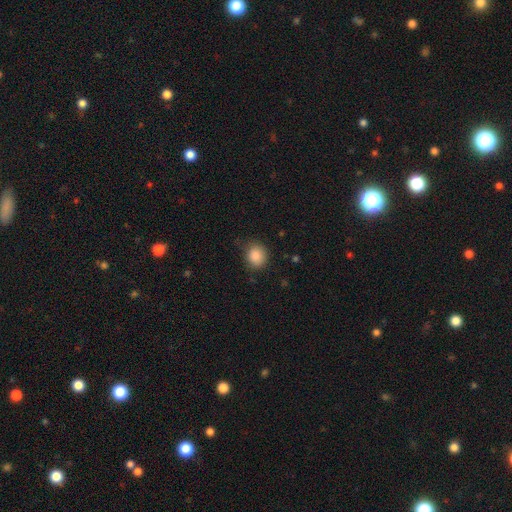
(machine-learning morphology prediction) A smooth galaxy with no disk features (87%) that is round (74%).

Vote fractions:
- Smooth or featured? smooth: 87% / star or artifact: 9% / featured or disk: 4%
- How rounded? round: 74% / in between: 25% / cigar-shaped: 1%
- Merging? none: 78% / minor disturbance: 16% / major disturbance: 4% / merger: 1%